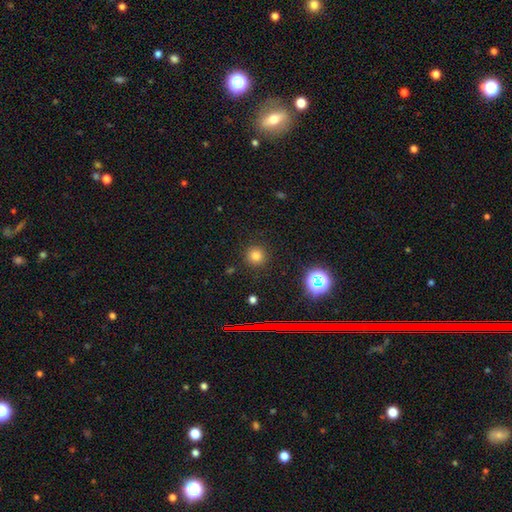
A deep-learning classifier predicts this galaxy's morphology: Q: Smooth or featured?
A: smooth (77%); runner-up: star or artifact (18%)
Q: How rounded?
A: round (94%); runner-up: in between (5%)
Q: Merging?
A: none (91%); runner-up: minor disturbance (6%)